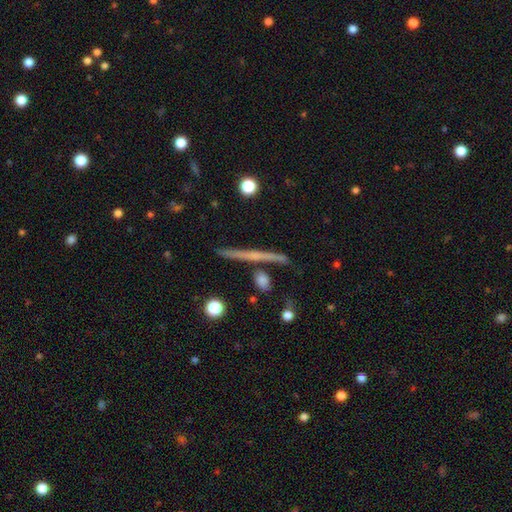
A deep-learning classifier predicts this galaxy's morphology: This appears to be a featured or disk galaxy (61%) viewed edge-on (97%) with no central bulge (71%). Merging: none (86%).